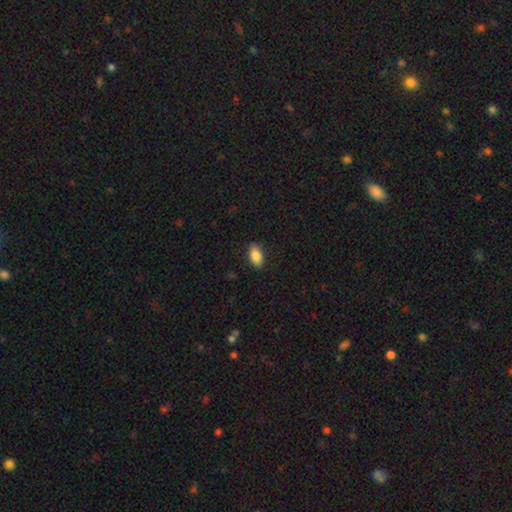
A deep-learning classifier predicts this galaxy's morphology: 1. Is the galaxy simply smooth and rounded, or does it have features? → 85% smooth, 7% featured or disk, 7% star or artifact.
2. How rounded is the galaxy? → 91% in between, 5% round, 4% cigar-shaped.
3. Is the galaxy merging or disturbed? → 88% none, 9% minor disturbance, 2% major disturbance, 1% merger.